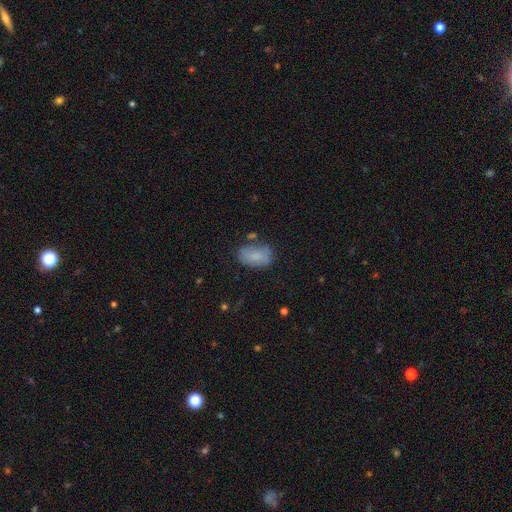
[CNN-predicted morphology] Smooth or featured?
  - smooth: 80% *
  - featured or disk: 12%
  - star or artifact: 8%
How rounded?
  - in between: 90% *
  - round: 8%
  - cigar-shaped: 2%
Merging?
  - none: 65% *
  - minor disturbance: 22%
  - major disturbance: 7%
  - merger: 6%